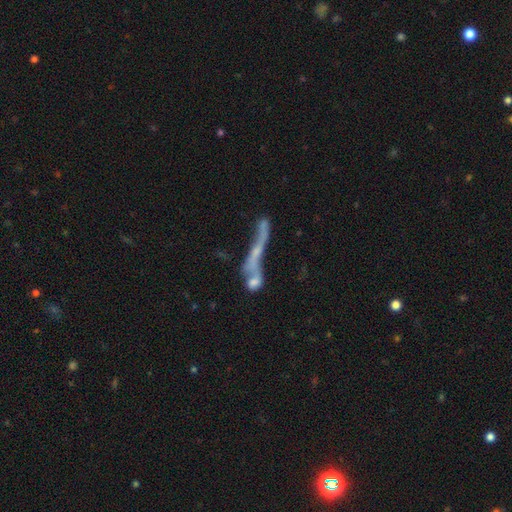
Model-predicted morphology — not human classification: Smooth or featured?
  - featured or disk: 57% *
  - smooth: 26%
  - star or artifact: 16%
Edge-on disk?
  - yes: 55% *
  - no: 45%
Merging?
  - merger: 41% *
  - none: 29%
  - major disturbance: 18%
  - minor disturbance: 12%